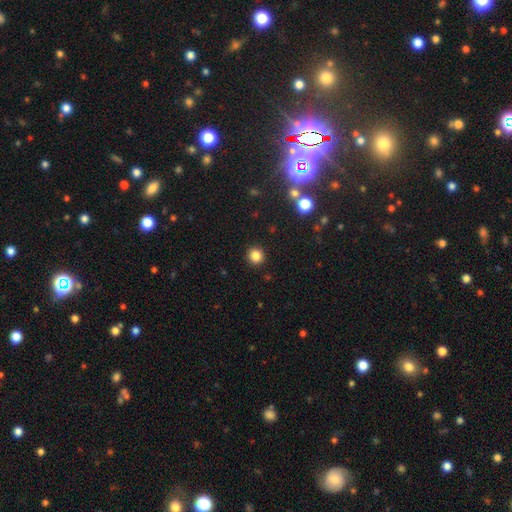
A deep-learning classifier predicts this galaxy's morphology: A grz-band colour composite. It shows a smooth galaxy with no disk features (84%) that is round (93%). Merging: none (92%).